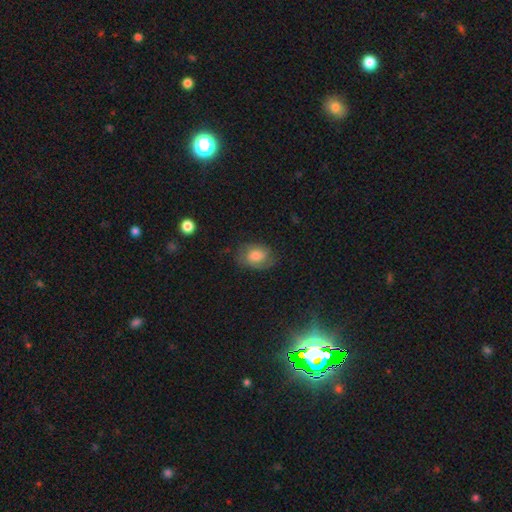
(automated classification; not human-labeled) smooth_or_featured: smooth (p=0.49) [alt: featured or disk p=0.41]
merging: none (p=0.67) [alt: minor disturbance p=0.22]